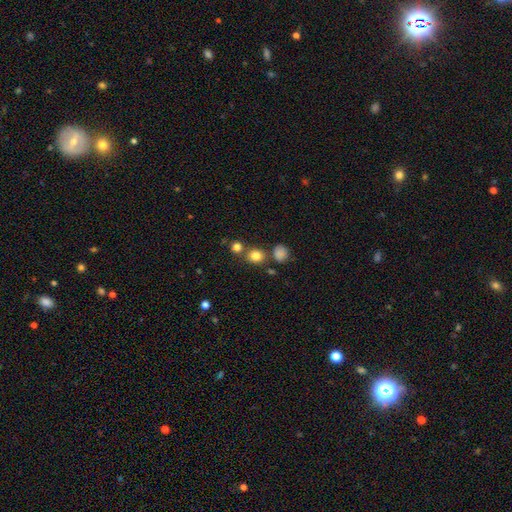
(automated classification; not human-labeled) A smooth galaxy with no disk features (81%) that is round (79%).

Vote fractions:
- Smooth or featured? smooth: 81% / star or artifact: 13% / featured or disk: 6%
- How rounded? round: 79% / in between: 20% / cigar-shaped: 1%
- Merging? none: 71% / merger: 17% / minor disturbance: 9% / major disturbance: 4%